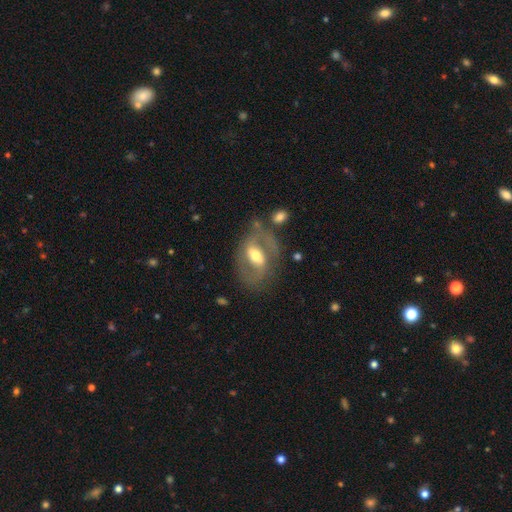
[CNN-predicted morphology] A featured or disk galaxy (73%) with a strong bar (44%), spiral arms (73%) and a moderate central bulge (66%). Merging: none (62%).